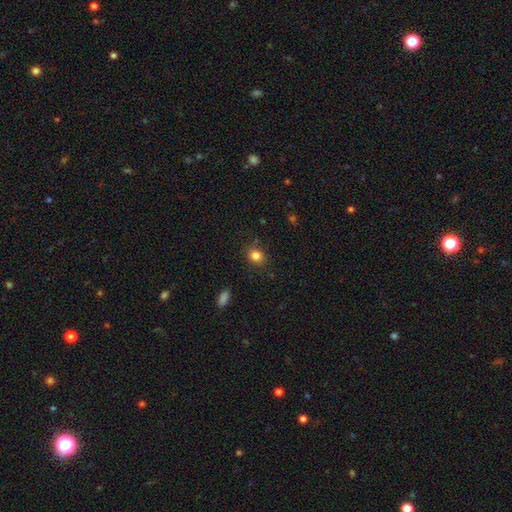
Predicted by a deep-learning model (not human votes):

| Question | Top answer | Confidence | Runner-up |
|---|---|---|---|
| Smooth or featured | smooth | 83% | star or artifact (11%) |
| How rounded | round | 60% | in between (39%) |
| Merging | none | 84% | minor disturbance (12%) |